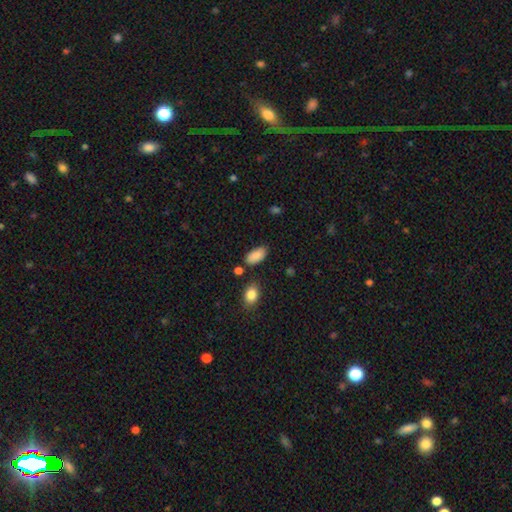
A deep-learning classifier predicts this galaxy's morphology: smooth_or_featured: smooth (p=0.88) [alt: star or artifact p=0.07]
how_rounded: in between (p=0.94) [alt: cigar-shaped p=0.03]
merging: none (p=0.78) [alt: minor disturbance p=0.14]